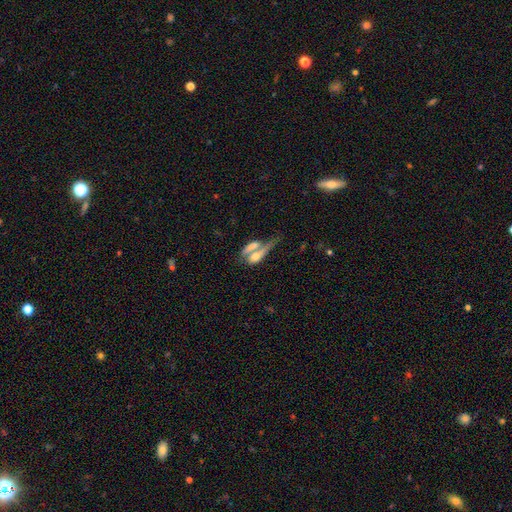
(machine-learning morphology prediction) smooth_or_featured: smooth (p=0.53) [alt: featured or disk p=0.38]
how_rounded: in between (p=0.59) [alt: cigar-shaped p=0.34]
merging: merger (p=0.63) [alt: none p=0.20]